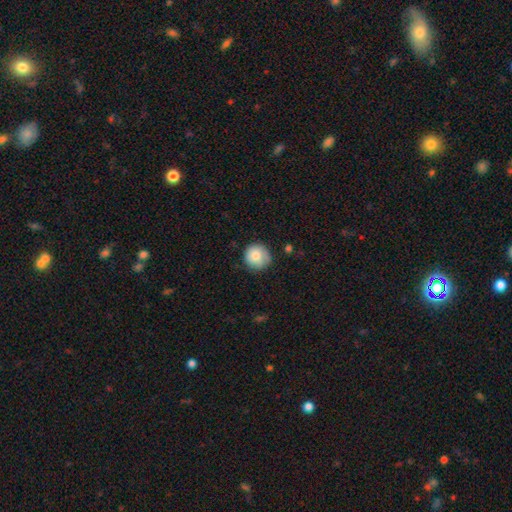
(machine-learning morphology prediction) This appears to be a smooth galaxy with no disk features (80%) that is round (92%). Merging: none (72%).